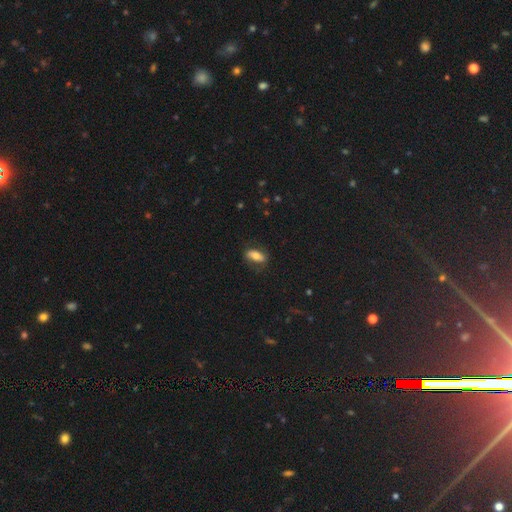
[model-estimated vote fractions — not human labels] Smooth or featured? Predicted: smooth (p=0.69). How rounded? Predicted: in between (p=0.77). Merging? Predicted: none (p=0.76).